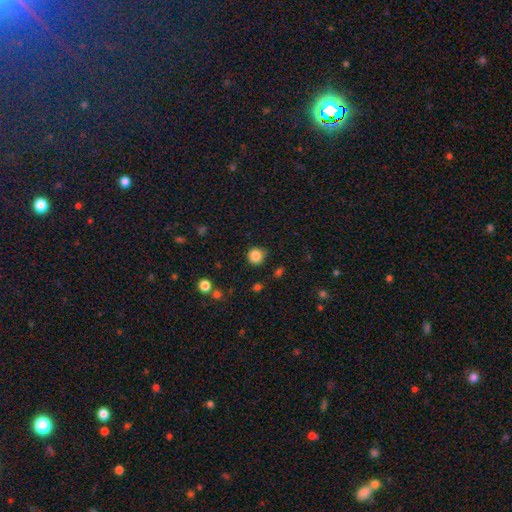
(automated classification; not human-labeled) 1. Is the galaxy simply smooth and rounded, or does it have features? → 85% smooth, 11% star or artifact, 4% featured or disk.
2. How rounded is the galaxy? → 93% round, 6% in between, 1% cigar-shaped.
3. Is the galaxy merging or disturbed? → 85% none, 10% minor disturbance, 3% major disturbance, 2% merger.